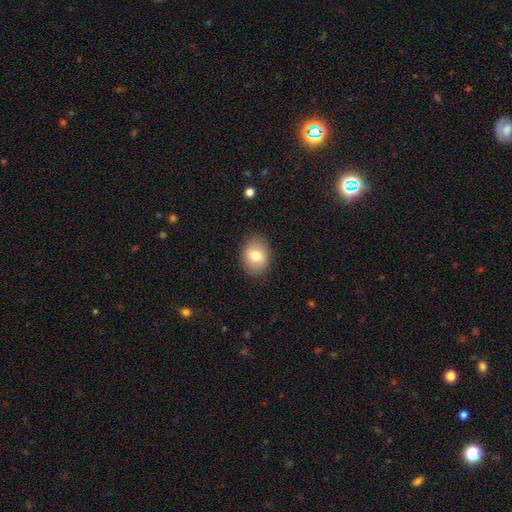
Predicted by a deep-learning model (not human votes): A smooth galaxy with no disk features (78%) that is in between round and cigar-shaped (63%).

Vote fractions:
- Smooth or featured? smooth: 78% / featured or disk: 14% / star or artifact: 8%
- How rounded? in between: 63% / round: 36% / cigar-shaped: 1%
- Merging? none: 87% / minor disturbance: 9% / major disturbance: 3% / merger: 1%